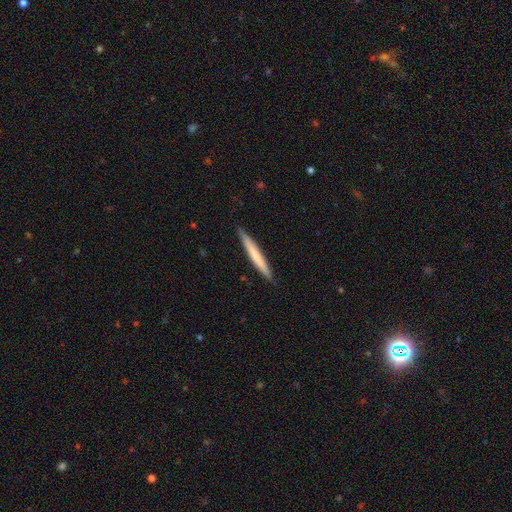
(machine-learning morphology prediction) Smooth or featured? Predicted: smooth (p=0.62). How rounded? Predicted: cigar-shaped (p=0.96). Merging? Predicted: none (p=0.90).